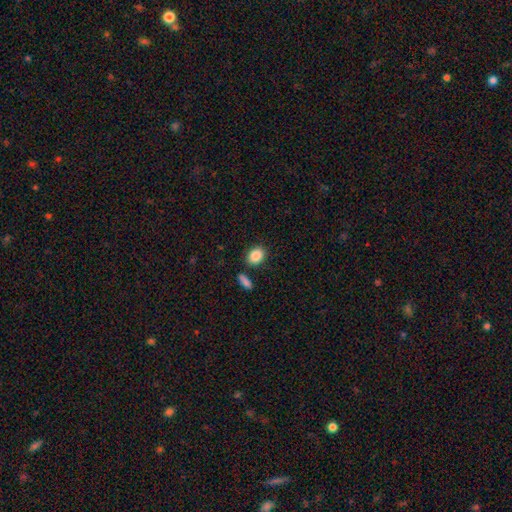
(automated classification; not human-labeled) smooth 88%, star or artifact 8%, featured or disk 5%. Down the decision tree: how rounded — in between (68%); merging — none (79%).